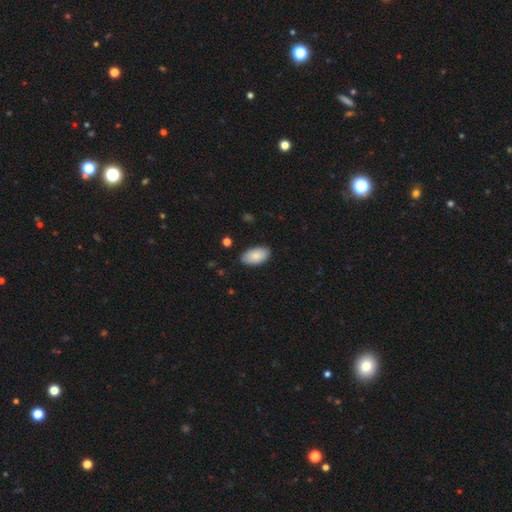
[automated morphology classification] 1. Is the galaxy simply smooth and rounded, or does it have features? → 87% smooth, 6% featured or disk, 6% star or artifact.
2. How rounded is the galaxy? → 96% in between, 3% round, 2% cigar-shaped.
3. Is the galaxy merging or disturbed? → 85% none, 11% minor disturbance, 2% major disturbance, 1% merger.